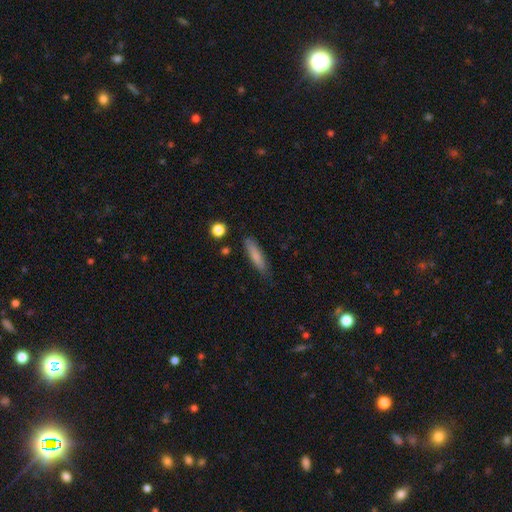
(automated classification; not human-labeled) smooth_or_featured: smooth (p=0.76) [alt: featured or disk p=0.17]
how_rounded: cigar-shaped (p=0.75) [alt: in between p=0.23]
merging: none (p=0.77) [alt: minor disturbance p=0.17]